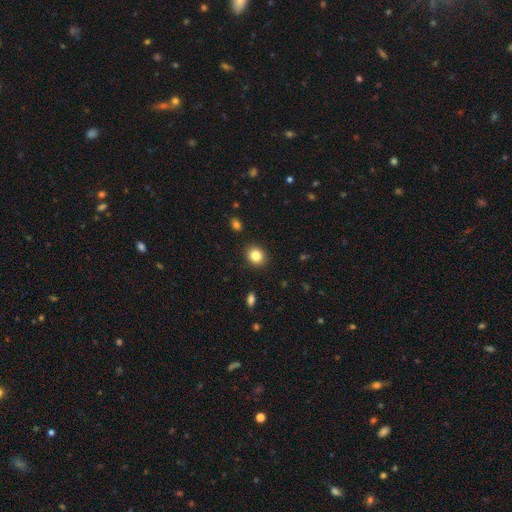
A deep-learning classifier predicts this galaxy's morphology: Smooth or featured? Predicted: smooth (p=0.84). How rounded? Predicted: round (p=0.69). Merging? Predicted: none (p=0.90).